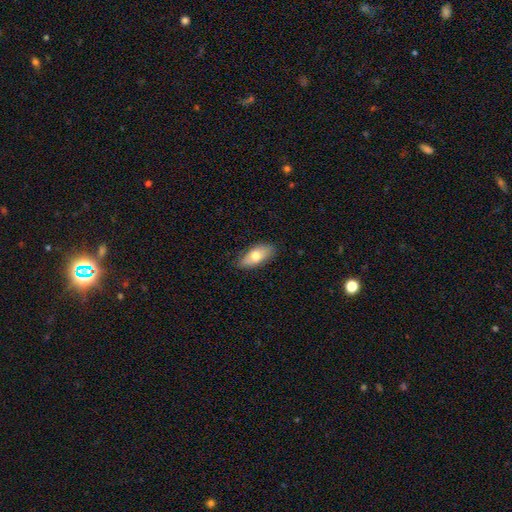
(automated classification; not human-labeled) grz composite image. It shows a smooth galaxy with no disk features (71%) that is in between round and cigar-shaped (87%). Merging: none (83%).